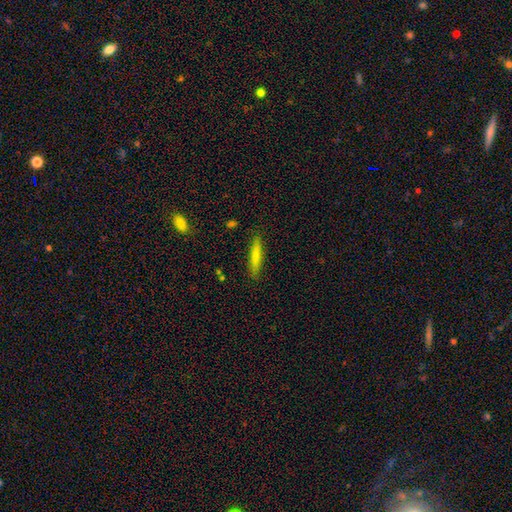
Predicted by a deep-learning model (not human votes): The model was most divided on "smooth or featured": smooth: 76%, featured or disk: 17%, star or artifact: 7%. More confident: how rounded — cigar-shaped (89%); merging — none (86%).